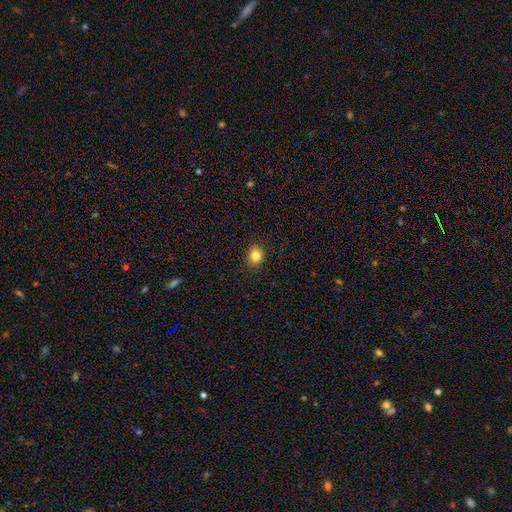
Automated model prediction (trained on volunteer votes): This appears to be a smooth galaxy with no disk features (83%) that is round (67%). Merging: none (90%).